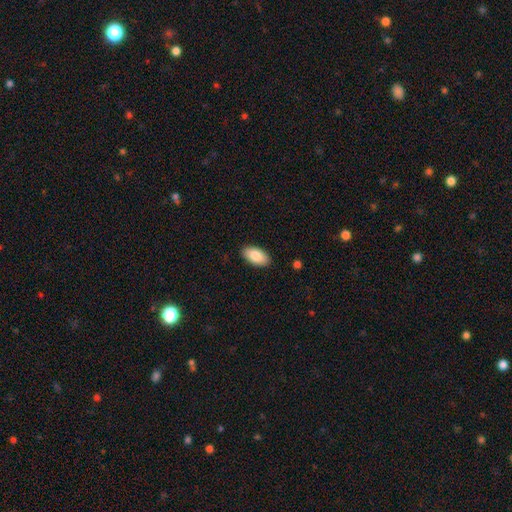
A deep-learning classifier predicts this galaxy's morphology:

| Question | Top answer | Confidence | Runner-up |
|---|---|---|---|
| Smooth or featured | smooth | 86% | featured or disk (8%) |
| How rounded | in between | 95% | round (2%) |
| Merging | none | 89% | minor disturbance (8%) |